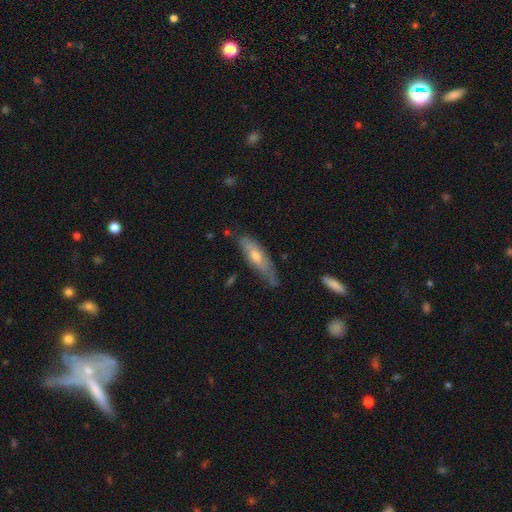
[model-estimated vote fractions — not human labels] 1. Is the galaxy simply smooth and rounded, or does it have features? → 47% featured or disk, 46% smooth, 7% star or artifact.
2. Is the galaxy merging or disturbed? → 61% none, 29% minor disturbance, 7% major disturbance, 3% merger.